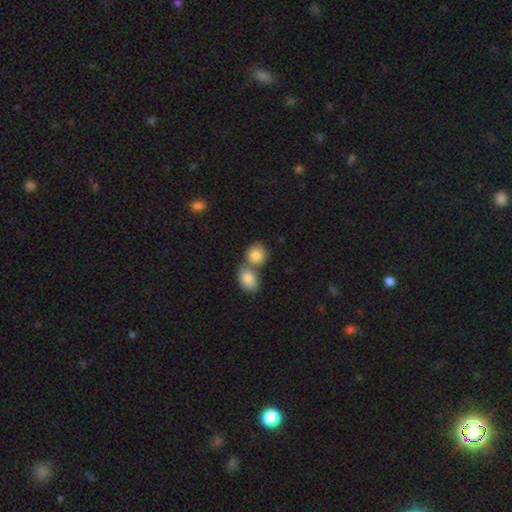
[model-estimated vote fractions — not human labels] Morphology: type=smooth (85%); roundness=round (63%); merging=merger (58%).